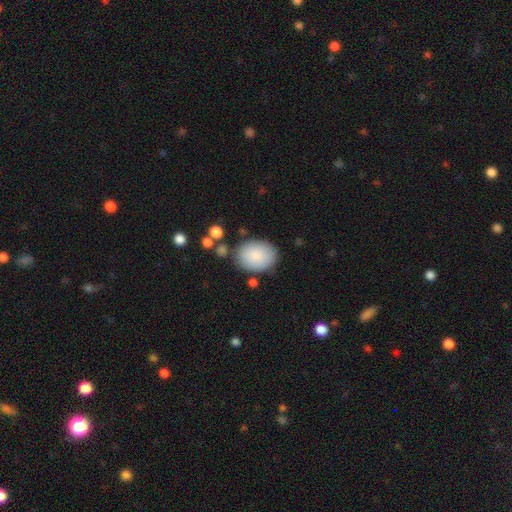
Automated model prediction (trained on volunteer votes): Smooth or featured: smooth — 86% (featured or disk — 7%)
How rounded: in between — 70% (round — 29%)
Merging: none — 79% (minor disturbance — 13%)